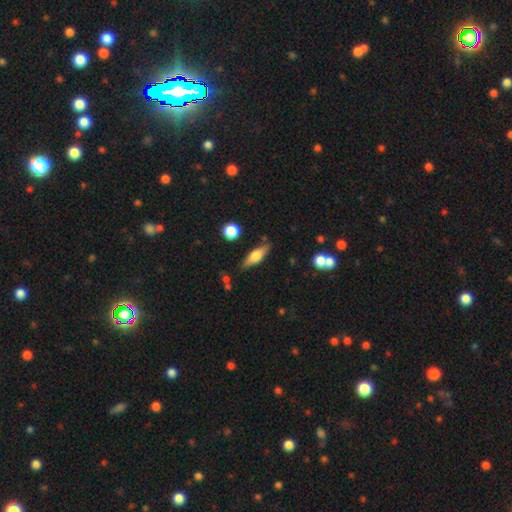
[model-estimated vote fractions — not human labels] A smooth galaxy with no disk features (57%) that is in between round and cigar-shaped (52%). Merging: none (78%).